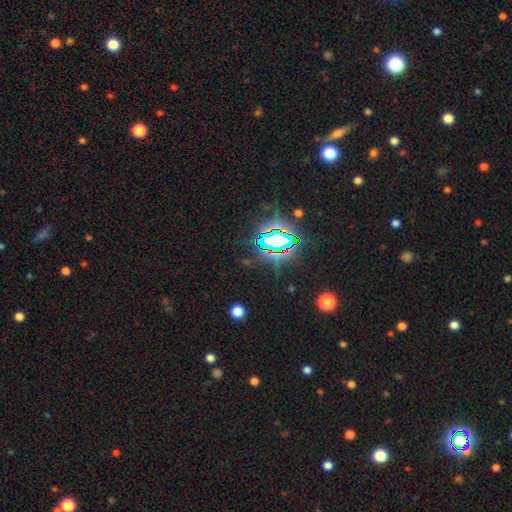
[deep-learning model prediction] Smooth or featured: star or artifact — 82% (smooth — 11%)